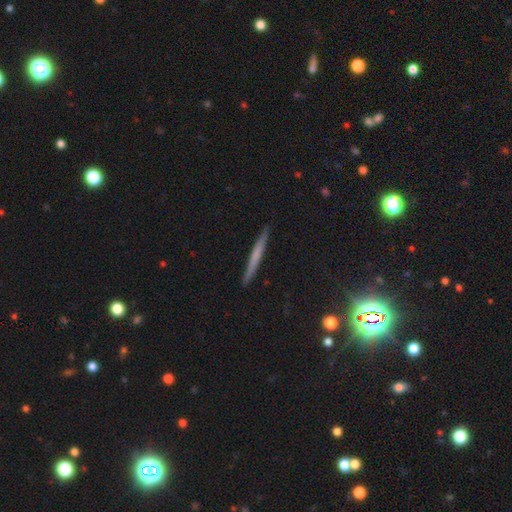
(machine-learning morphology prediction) Smooth or featured?
  - smooth: 50% *
  - featured or disk: 42%
  - star or artifact: 8%
How rounded?
  - cigar-shaped: 96% *
  - in between: 2%
  - round: 2%
Merging?
  - none: 91% *
  - minor disturbance: 6%
  - major disturbance: 1%
  - merger: 1%